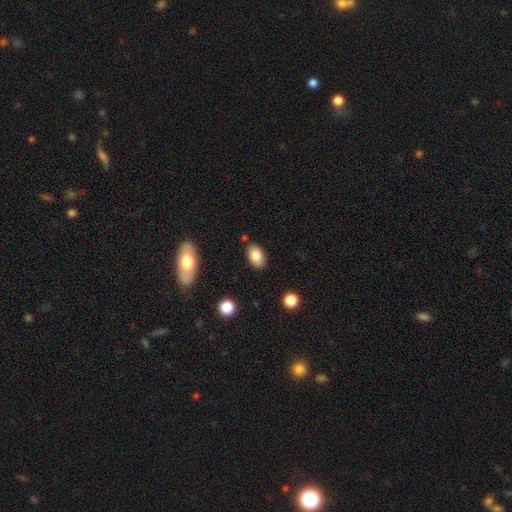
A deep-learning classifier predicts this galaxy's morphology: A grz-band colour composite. It shows a smooth galaxy with no disk features (82%) that is in between round and cigar-shaped (90%). Merging: none (83%).